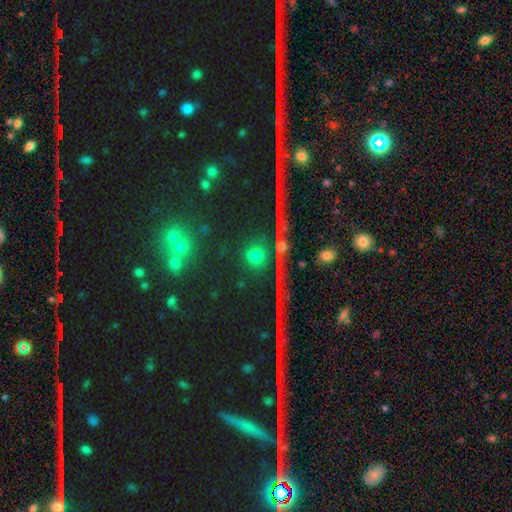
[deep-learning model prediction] A star or artifact, not a galaxy (52%).

Vote fractions:
- Smooth or featured? star or artifact: 52% / smooth: 36% / featured or disk: 12%